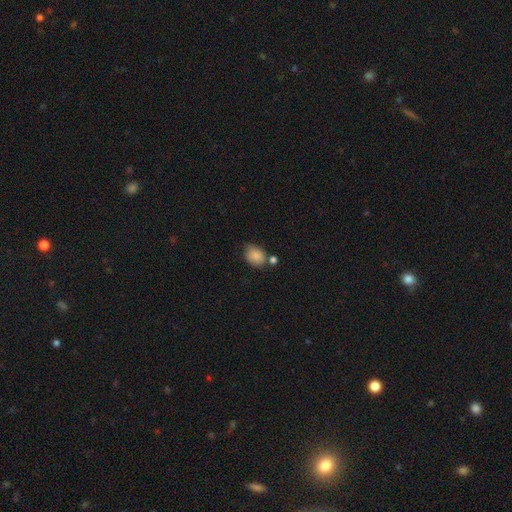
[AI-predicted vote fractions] The model was most divided on "how rounded": in between: 63%, round: 36%, cigar-shaped: 1%. More confident: smooth or featured — smooth (86%); merging — none (62%).